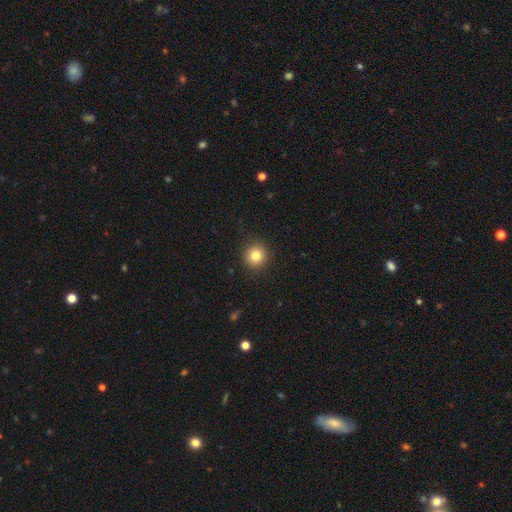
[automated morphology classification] Q: Smooth or featured?
A: smooth (82%); runner-up: star or artifact (11%)
Q: How rounded?
A: round (94%); runner-up: in between (5%)
Q: Merging?
A: none (92%); runner-up: minor disturbance (5%)